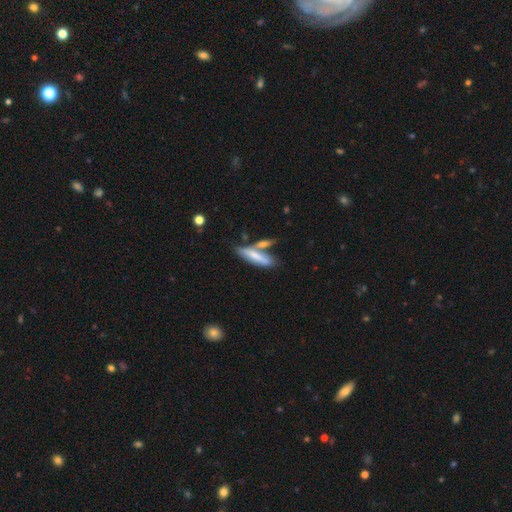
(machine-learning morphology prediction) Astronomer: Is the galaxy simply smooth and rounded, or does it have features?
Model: smooth — 65%.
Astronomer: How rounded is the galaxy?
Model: cigar-shaped — 67%.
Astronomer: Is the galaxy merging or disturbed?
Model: none — 45% (runner-up: merger, 33%).